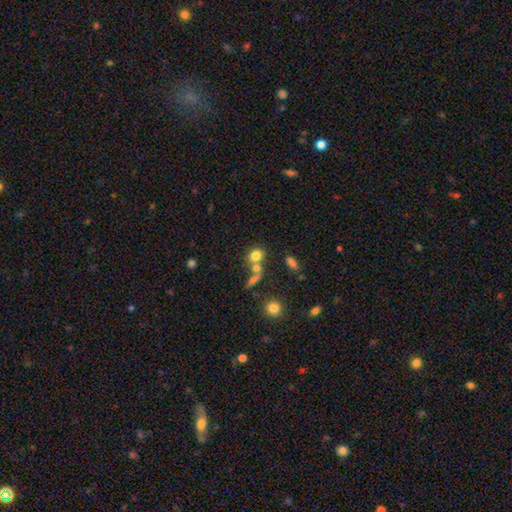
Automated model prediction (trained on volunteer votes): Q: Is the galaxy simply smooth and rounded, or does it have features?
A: smooth — 76%.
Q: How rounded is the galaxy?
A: round — 65%.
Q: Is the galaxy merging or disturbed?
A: merger — 44%.